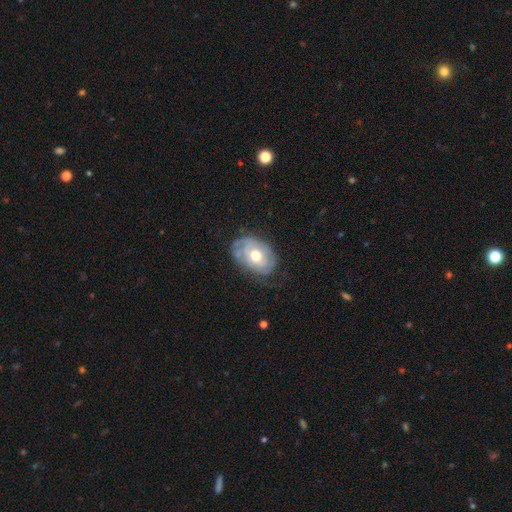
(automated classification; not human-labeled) The model was most divided on "spiral arms": yes: 63%, no: 37%. More confident: edge-on disk — no (94%); bar — no (82%); bulge size — moderate (72%); merging — none (62%); smooth or featured — featured or disk (60%).